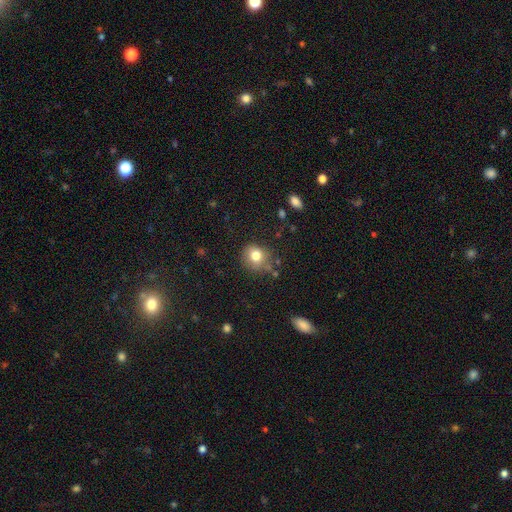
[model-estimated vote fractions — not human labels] Smooth or featured?
  - smooth: 79% *
  - star or artifact: 11%
  - featured or disk: 10%
How rounded?
  - round: 83% *
  - in between: 16%
  - cigar-shaped: 1%
Merging?
  - none: 74% *
  - minor disturbance: 17%
  - major disturbance: 5%
  - merger: 4%